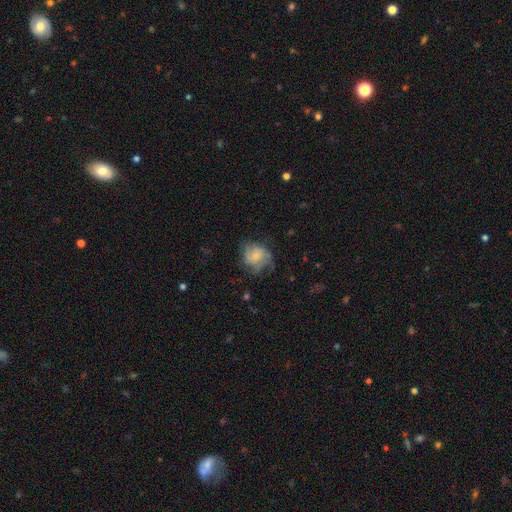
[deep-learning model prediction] Smooth or featured: featured or disk — 51% (smooth — 39%)
Edge-on disk: no — 98% (yes — 2%)
Merging: none — 51% (minor disturbance — 27%)